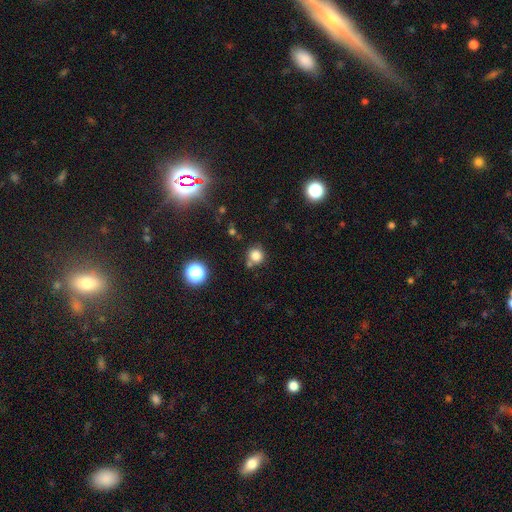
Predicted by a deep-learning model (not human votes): smooth_or_featured: smooth (p=0.80) [alt: star or artifact p=0.14]
how_rounded: round (p=0.91) [alt: in between p=0.08]
merging: none (p=0.71) [alt: merger p=0.14]